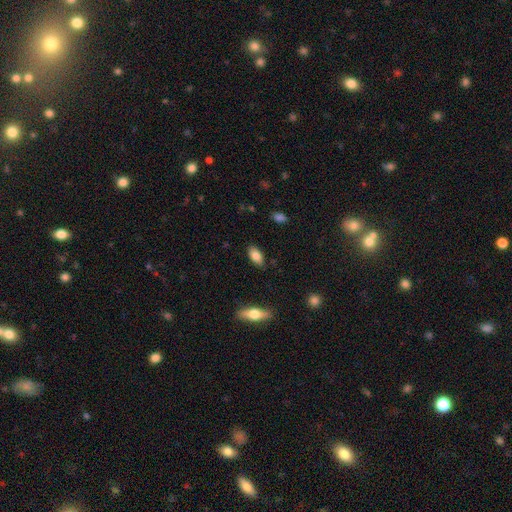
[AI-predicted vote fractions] This appears to be a smooth galaxy with no disk features (83%) that is in between round and cigar-shaped (90%). Merging: none (86%).